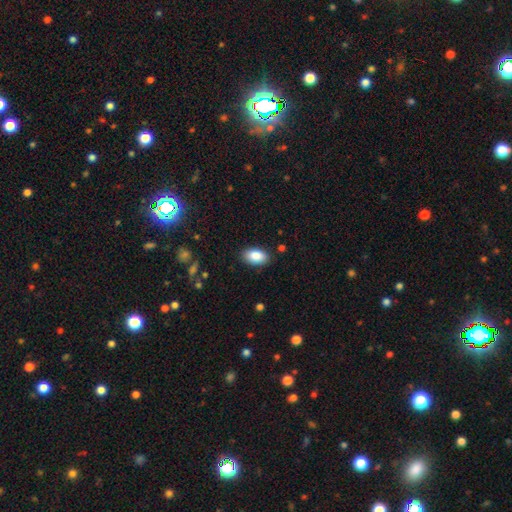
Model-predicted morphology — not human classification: A smooth galaxy with no disk features (87%) that is in between round and cigar-shaped (93%).

Vote fractions:
- Smooth or featured? smooth: 87% / star or artifact: 7% / featured or disk: 6%
- How rounded? in between: 93% / round: 5% / cigar-shaped: 2%
- Merging? none: 87% / minor disturbance: 10% / major disturbance: 2% / merger: 1%